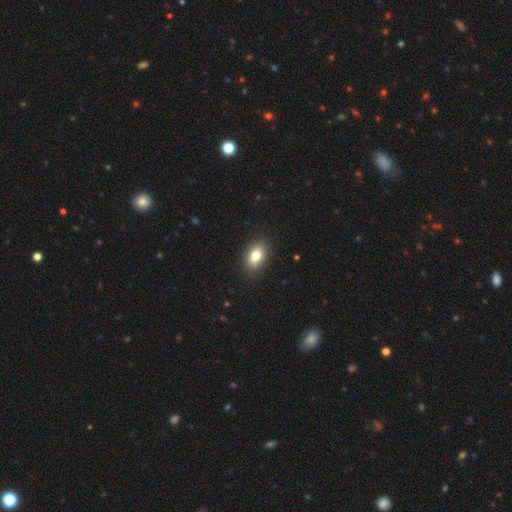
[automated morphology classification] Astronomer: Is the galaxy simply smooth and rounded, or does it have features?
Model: smooth — 80%.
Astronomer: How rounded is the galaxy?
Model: in between — 85%.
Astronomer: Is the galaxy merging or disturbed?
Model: none — 88%.